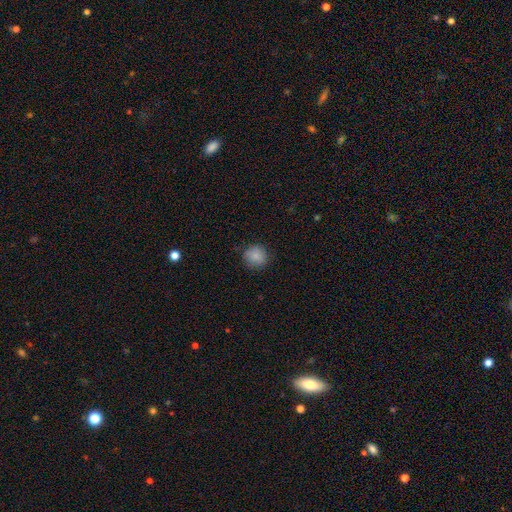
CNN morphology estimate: Overall: smooth (85%). How rounded: round (89%). Merging: none (83%).